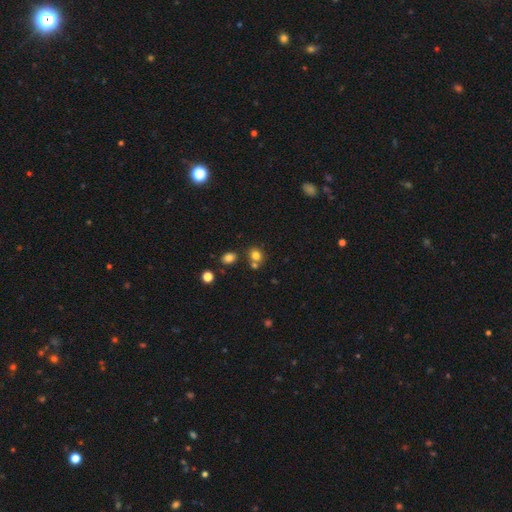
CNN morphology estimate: Smooth or featured?
  - smooth: 78% *
  - star or artifact: 14%
  - featured or disk: 7%
How rounded?
  - round: 72% *
  - in between: 27%
  - cigar-shaped: 1%
Merging?
  - none: 63% *
  - merger: 25%
  - minor disturbance: 9%
  - major disturbance: 3%